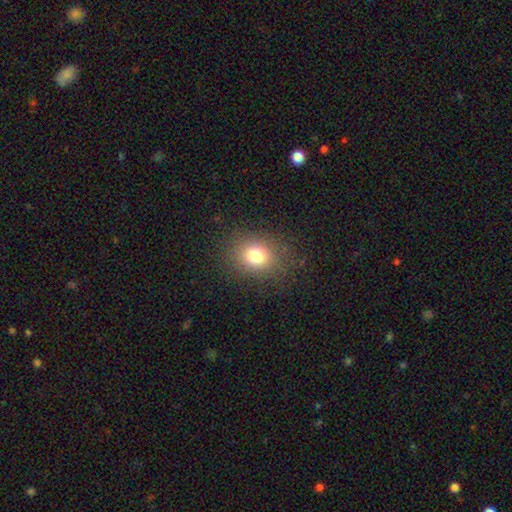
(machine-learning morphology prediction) Smooth or featured: smooth — 77% (star or artifact — 14%)
How rounded: round — 63% (in between — 36%)
Merging: none — 84% (minor disturbance — 10%)